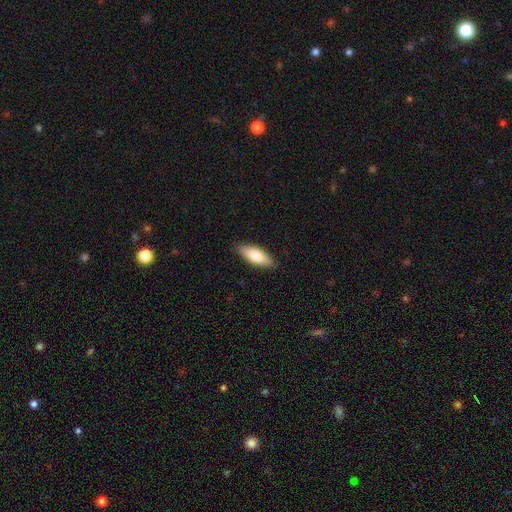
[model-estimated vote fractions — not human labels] Overall: smooth (75%). How rounded: in between (67%; cigar-shaped 31%). Merging: none (88%).